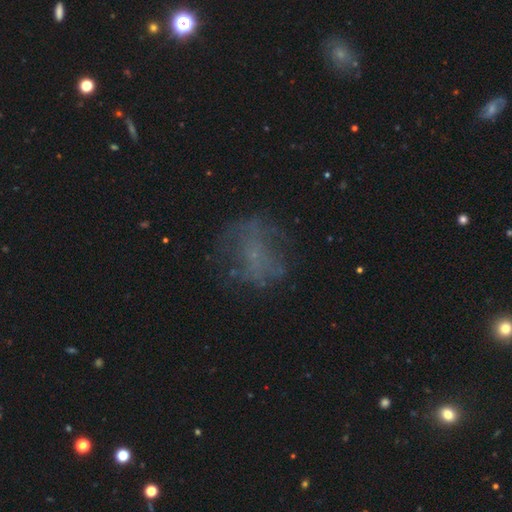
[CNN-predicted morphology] Smooth or featured? Predicted: featured or disk (p=0.35). Merging? Predicted: none (p=0.64).